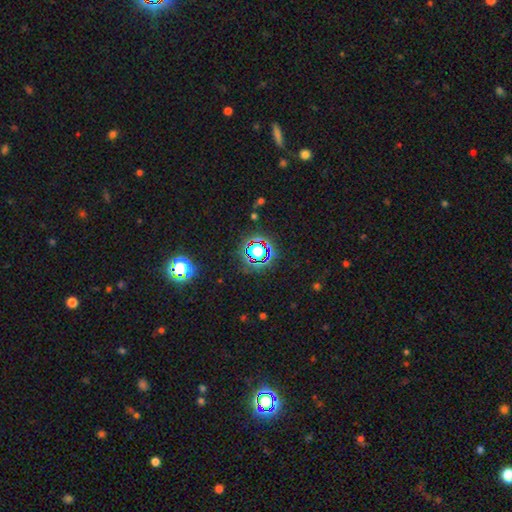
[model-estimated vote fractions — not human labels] A star or artifact, not a galaxy (69%).

Vote fractions:
- Smooth or featured? star or artifact: 69% / smooth: 21% / featured or disk: 10%